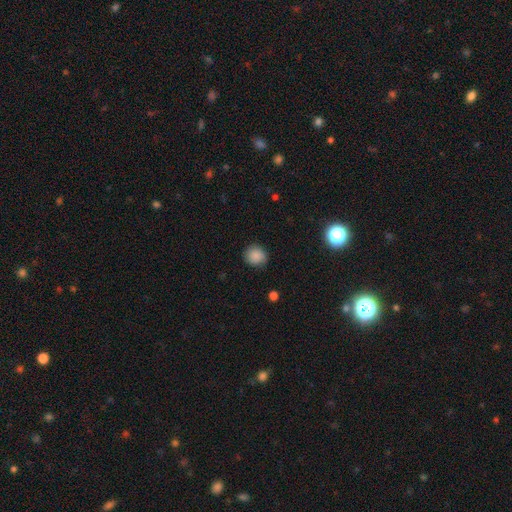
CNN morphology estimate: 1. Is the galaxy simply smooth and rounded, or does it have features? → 86% smooth, 9% star or artifact, 5% featured or disk.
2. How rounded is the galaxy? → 87% round, 12% in between, 1% cigar-shaped.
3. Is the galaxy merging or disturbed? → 83% none, 13% minor disturbance, 3% major disturbance, 1% merger.